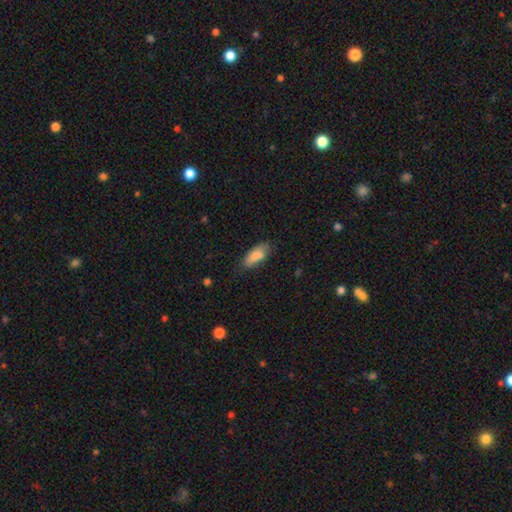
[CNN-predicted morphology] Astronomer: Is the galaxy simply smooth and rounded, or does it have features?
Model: smooth — 82%.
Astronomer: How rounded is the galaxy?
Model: in between — 79%.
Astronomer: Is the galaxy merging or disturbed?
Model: none — 64%.